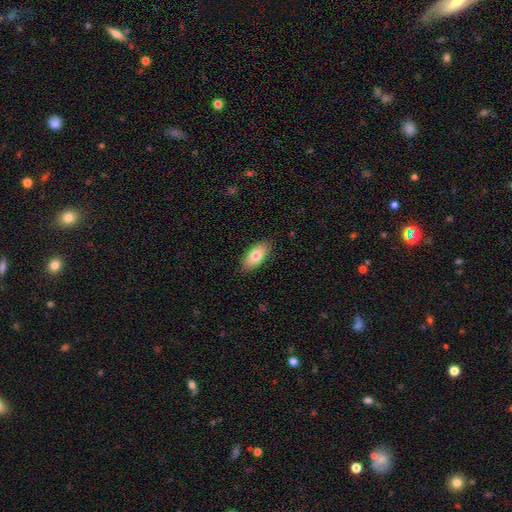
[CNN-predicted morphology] Smooth or featured?
  - smooth: 79% *
  - featured or disk: 14%
  - star or artifact: 6%
How rounded?
  - in between: 89% *
  - cigar-shaped: 8%
  - round: 3%
Merging?
  - none: 87% *
  - minor disturbance: 10%
  - major disturbance: 2%
  - merger: 1%